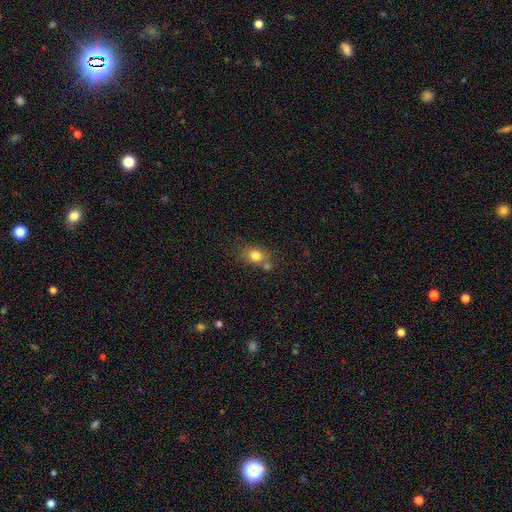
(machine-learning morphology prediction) smooth-or-featured: smooth: 79% | star or artifact: 11% | featured or disk: 10%
  how-rounded: round: 54% | in between: 45% | cigar-shaped: 2%
  merging: none: 56% | merger: 24% | minor disturbance: 15% | major disturbance: 5%